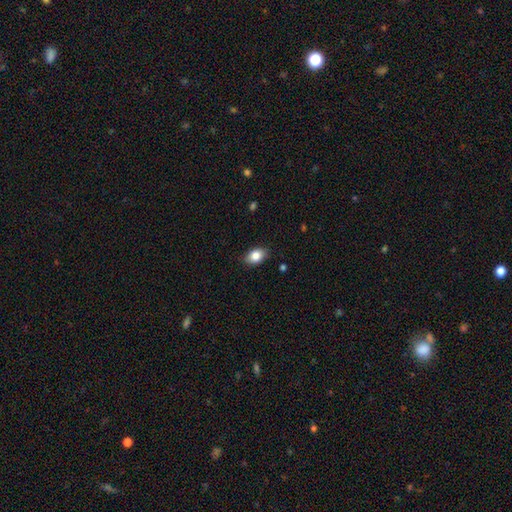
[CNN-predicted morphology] smooth 84%, featured or disk 8%, star or artifact 8%. Down the decision tree: how rounded — in between (86%); merging — none (86%).